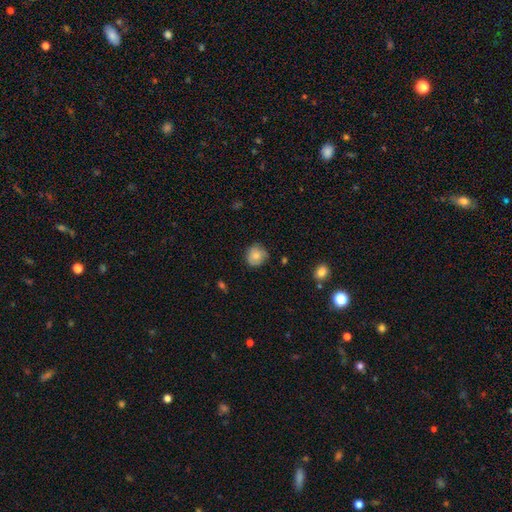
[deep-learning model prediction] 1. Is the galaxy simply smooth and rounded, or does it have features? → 79% smooth, 12% featured or disk, 9% star or artifact.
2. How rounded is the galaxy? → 85% round, 14% in between, 1% cigar-shaped.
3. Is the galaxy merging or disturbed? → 74% none, 21% minor disturbance, 4% major disturbance, 1% merger.